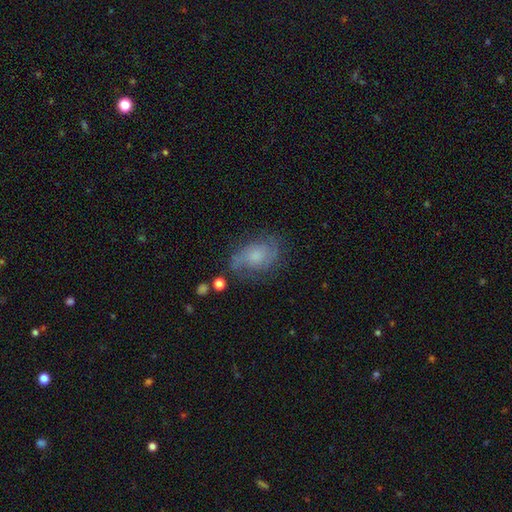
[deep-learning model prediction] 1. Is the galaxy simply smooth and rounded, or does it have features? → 58% featured or disk, 32% smooth, 11% star or artifact.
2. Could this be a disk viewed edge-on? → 96% no, 4% yes.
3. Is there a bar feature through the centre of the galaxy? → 74% no, 23% weak, 3% strong.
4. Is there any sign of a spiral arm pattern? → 84% yes, 16% no.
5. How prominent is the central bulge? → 42% small, 35% moderate, 13% none, 8% large, 2% dominant.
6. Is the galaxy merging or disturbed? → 61% none, 23% minor disturbance, 13% major disturbance, 3% merger.